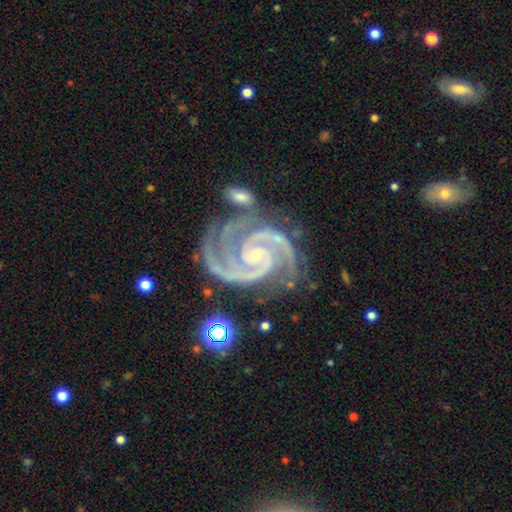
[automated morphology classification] Smooth or featured? featured or disk (94%)
Edge-on disk? no (98%)
Bar? no (58%)
Spiral arms? yes (99%)
Spiral winding? tight (64%)
Spiral arm count? 2 (52%)
Bulge size? small (81%)
Merging? none (62%)